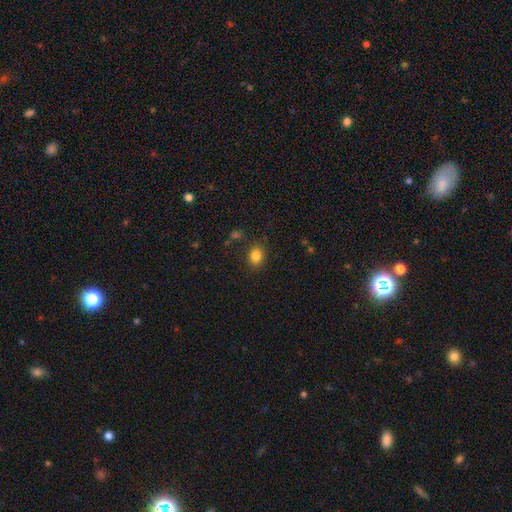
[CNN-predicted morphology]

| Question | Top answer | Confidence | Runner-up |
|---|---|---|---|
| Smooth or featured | smooth | 84% | star or artifact (11%) |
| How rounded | in between | 57% | round (42%) |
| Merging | none | 84% | minor disturbance (11%) |